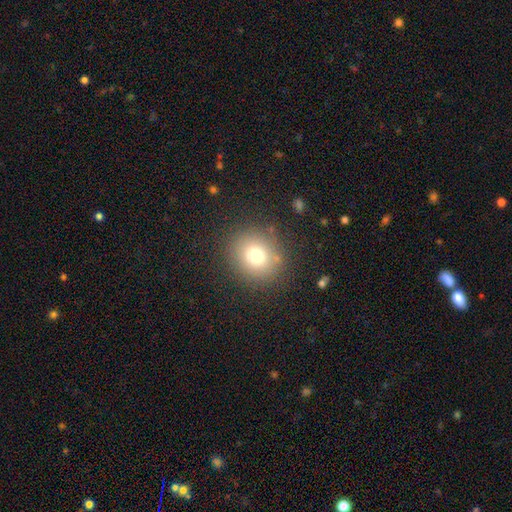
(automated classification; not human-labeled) smooth-or-featured: smooth: 74% | star or artifact: 15% | featured or disk: 11%
  how-rounded: round: 85% | in between: 14% | cigar-shaped: 1%
  merging: none: 85% | minor disturbance: 9% | major disturbance: 4% | merger: 2%